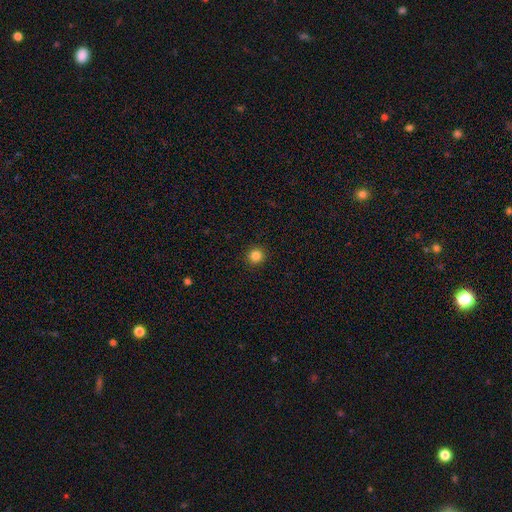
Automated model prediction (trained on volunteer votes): This appears to be a smooth galaxy with no disk features (84%) that is round (94%). Merging: none (93%).